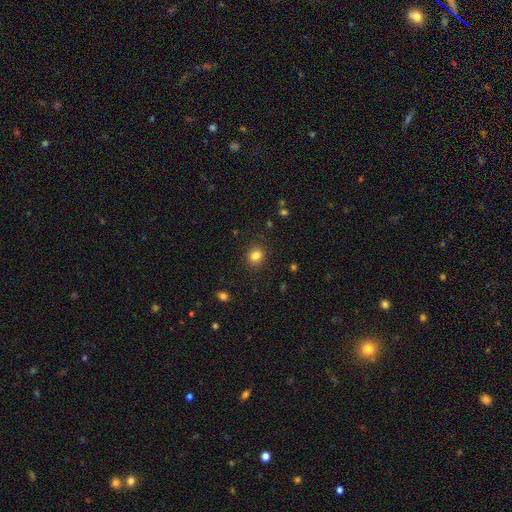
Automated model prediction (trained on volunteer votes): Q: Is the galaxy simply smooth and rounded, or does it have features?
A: smooth — 83%.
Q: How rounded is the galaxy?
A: round — 72%.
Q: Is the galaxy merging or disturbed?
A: none — 88%.